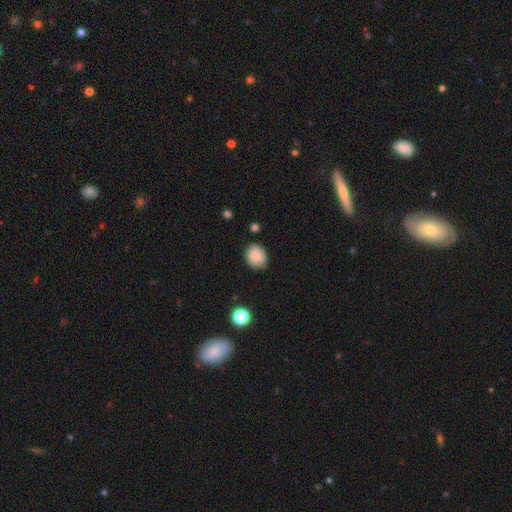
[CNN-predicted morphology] Smooth or featured? Predicted: smooth (p=0.85). How rounded? Predicted: round (p=0.60). Merging? Predicted: none (p=0.79).